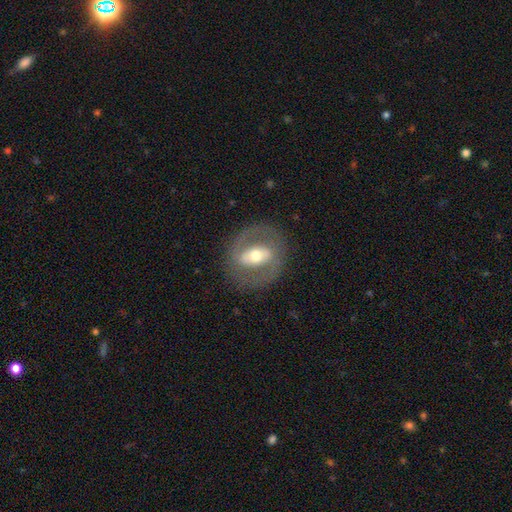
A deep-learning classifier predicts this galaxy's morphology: Overall: featured or disk (69%). Edge-on disk: no (94%). Bar: strong (41%; weak 34%). Spiral arms: no (51%; yes 49%). Bulge size: moderate (67%). Merging: none (79%).